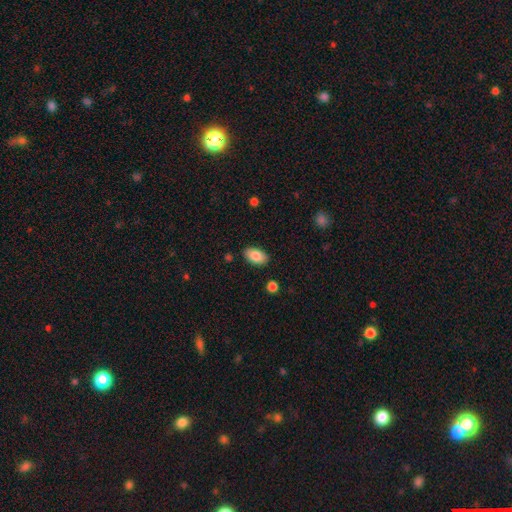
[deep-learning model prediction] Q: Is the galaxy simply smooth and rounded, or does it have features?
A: smooth — 84%.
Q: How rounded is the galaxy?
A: in between — 94%.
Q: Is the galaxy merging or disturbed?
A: none — 87%.